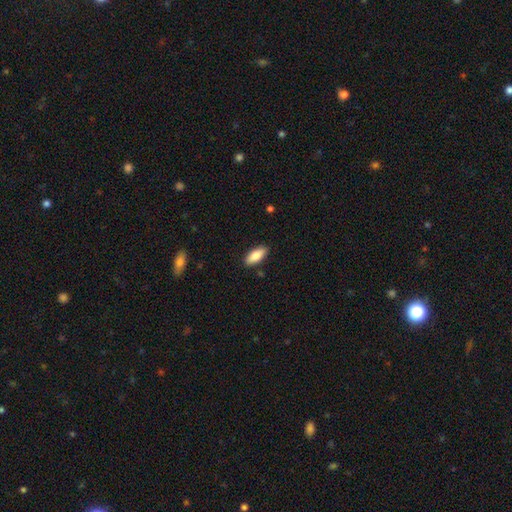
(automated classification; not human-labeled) The model was most divided on "how rounded": in between: 79%, cigar-shaped: 19%, round: 2%. More confident: merging — none (88%); smooth or featured — smooth (81%).